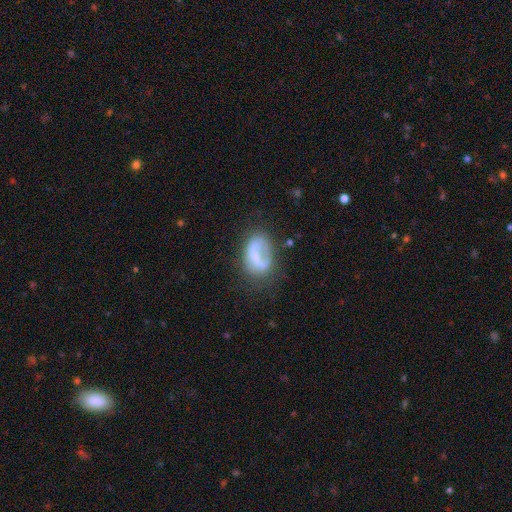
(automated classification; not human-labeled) Q: Smooth or featured?
A: smooth (48%); runner-up: featured or disk (43%)
Q: Merging?
A: none (46%); runner-up: minor disturbance (25%)